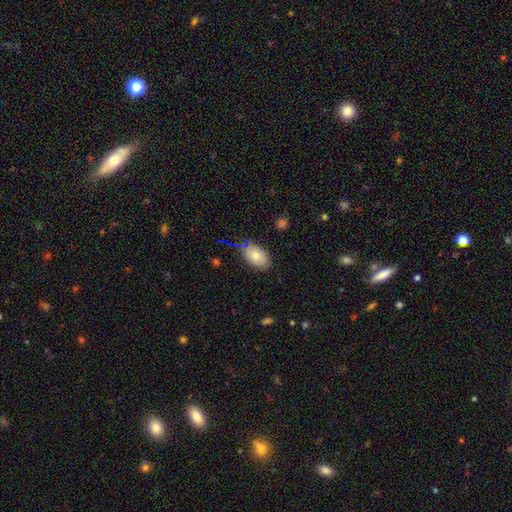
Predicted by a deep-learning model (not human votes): This is likely a smooth galaxy (78%). How rounded: clearly in between (90%). Merging: likely none (79%).